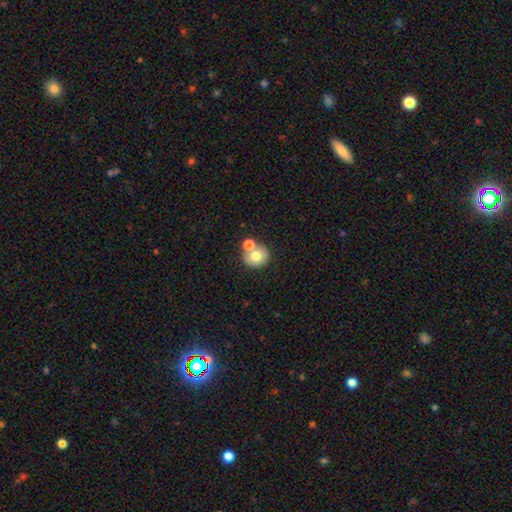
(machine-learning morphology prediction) Smooth or featured? smooth (73%)
How rounded? round (81%)
Merging? none (51%)